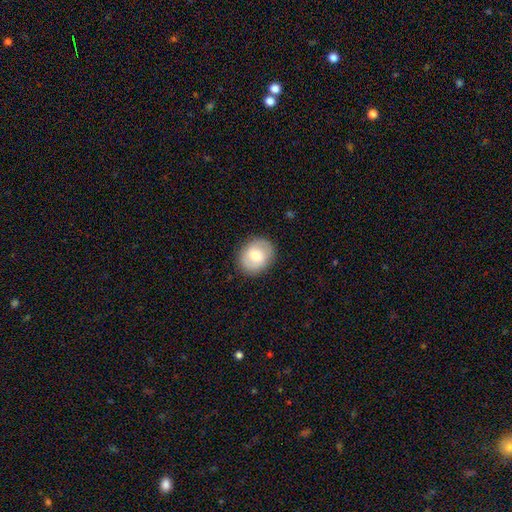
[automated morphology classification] This is likely a smooth galaxy (64%). How rounded: possibly round (58%). Merging: clearly none (86%).